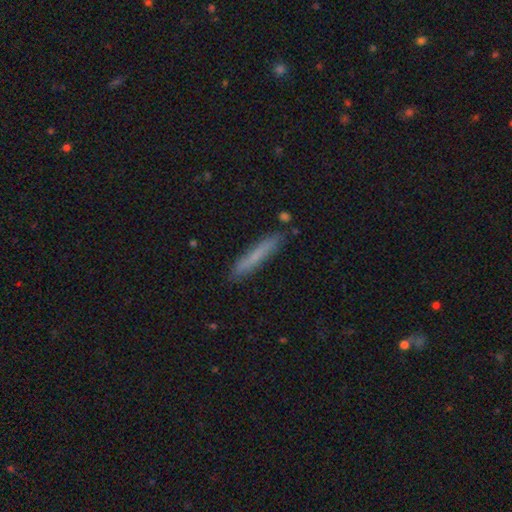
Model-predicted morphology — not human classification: This appears to be a smooth galaxy with no disk features (68%) that is cigar-shaped (94%). Merging: none (84%).